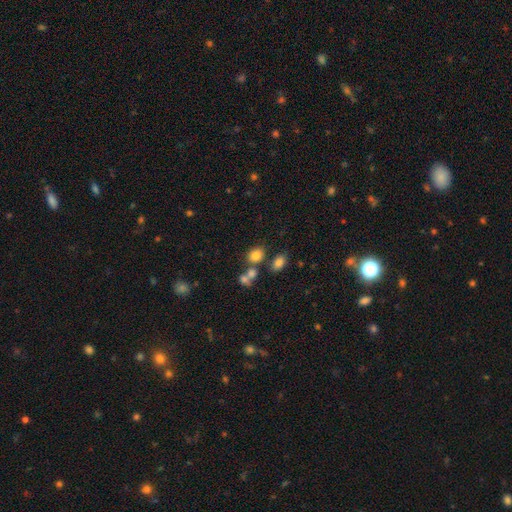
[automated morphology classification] Smooth or featured: smooth — 79% (star or artifact — 13%)
How rounded: round — 54% (in between — 44%)
Merging: none — 60% (merger — 23%)